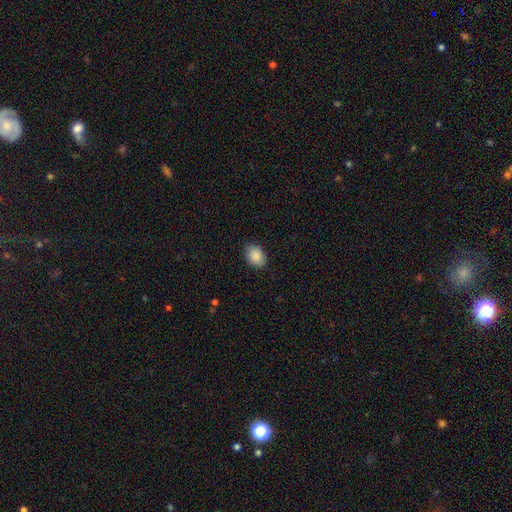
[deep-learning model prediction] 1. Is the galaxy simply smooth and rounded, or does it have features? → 89% smooth, 7% star or artifact, 3% featured or disk.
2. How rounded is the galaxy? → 76% in between, 23% round, 1% cigar-shaped.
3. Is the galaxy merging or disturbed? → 85% none, 12% minor disturbance, 3% major disturbance, 1% merger.